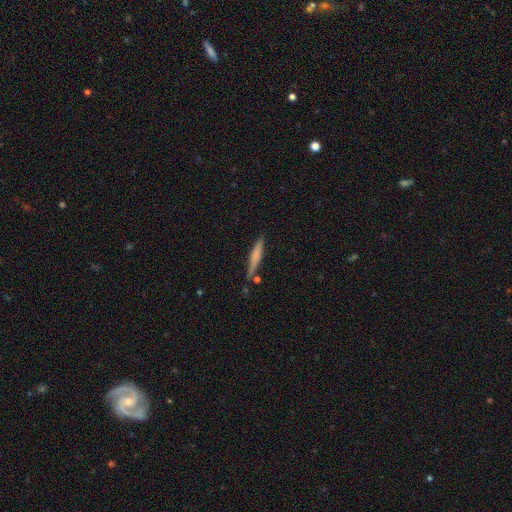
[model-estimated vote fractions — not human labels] Q: Smooth or featured?
A: smooth (58%); runner-up: featured or disk (36%)
Q: How rounded?
A: cigar-shaped (93%); runner-up: in between (6%)
Q: Merging?
A: none (80%); runner-up: minor disturbance (12%)